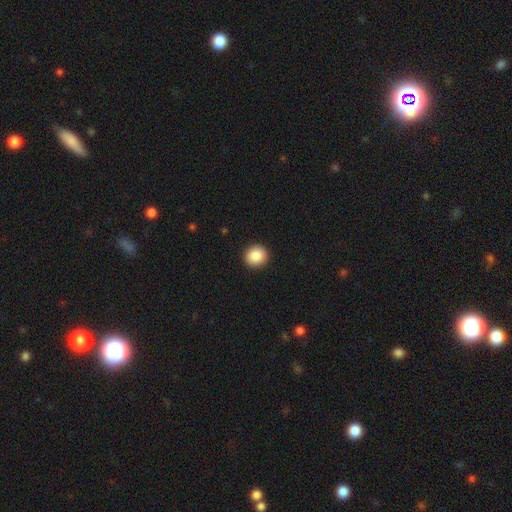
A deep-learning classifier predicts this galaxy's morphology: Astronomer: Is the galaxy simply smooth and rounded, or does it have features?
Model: smooth — 87%.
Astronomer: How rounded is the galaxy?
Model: round — 89%.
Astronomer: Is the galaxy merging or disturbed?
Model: none — 93%.